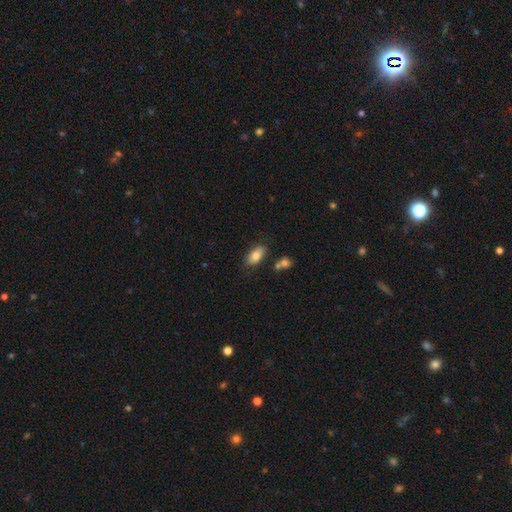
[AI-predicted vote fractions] Morphology: type=smooth (82%); roundness=in between (92%); merging=none (77%).